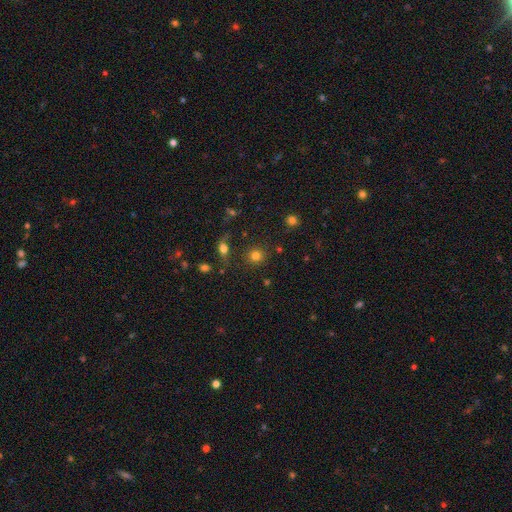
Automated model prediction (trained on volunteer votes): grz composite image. It shows a smooth galaxy with no disk features (78%) that is round (90%). Merging: none (84%).